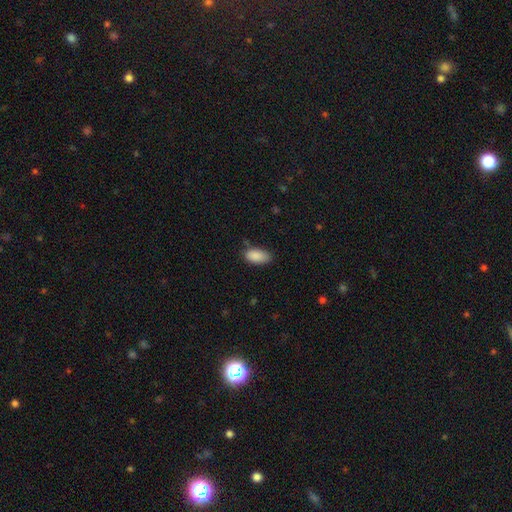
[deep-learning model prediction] This appears to be a smooth galaxy with no disk features (89%) that is in between round and cigar-shaped (93%). Merging: none (73%).